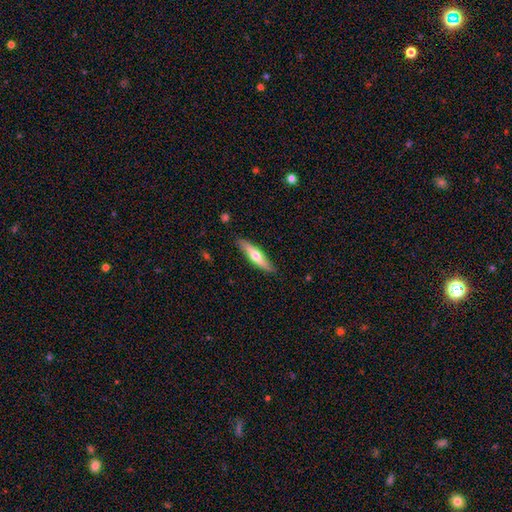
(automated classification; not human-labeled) Smooth or featured? smooth (50%)
Merging? none (87%)